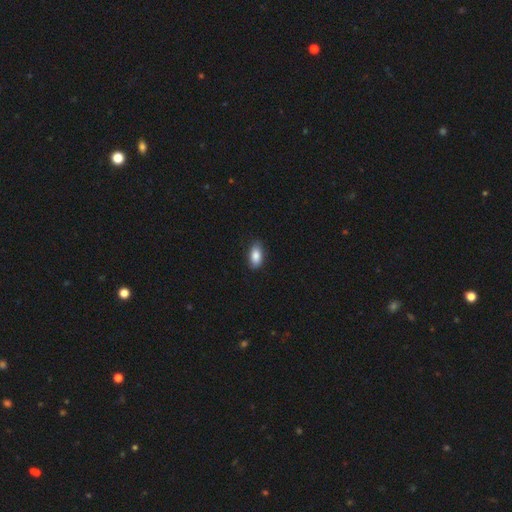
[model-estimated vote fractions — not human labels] Morphology: type=smooth (87%); roundness=in between (91%); merging=none (84%).